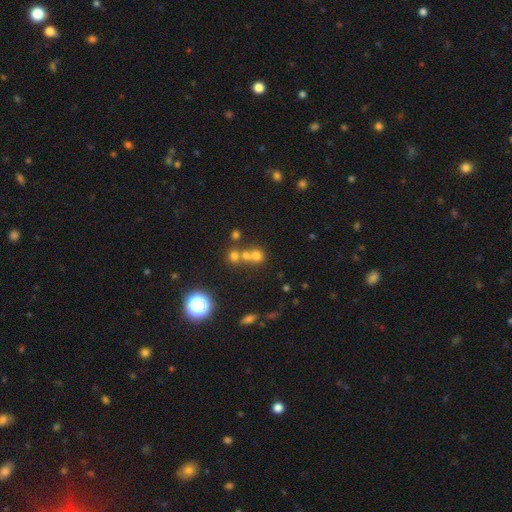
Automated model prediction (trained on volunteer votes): Q: Smooth or featured?
A: smooth (61%); runner-up: star or artifact (24%)
Q: How rounded?
A: round (79%); runner-up: in between (19%)
Q: Merging?
A: merger (48%); runner-up: none (40%)